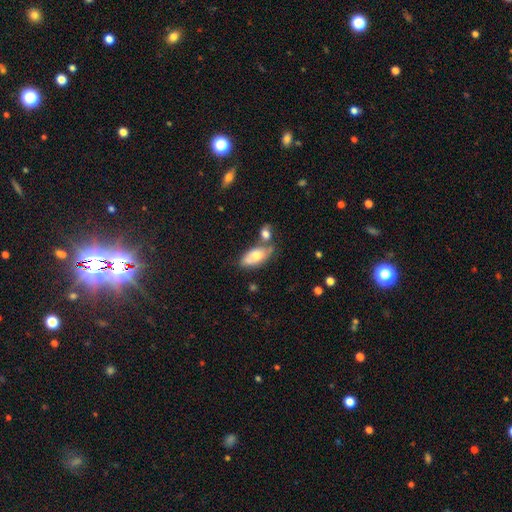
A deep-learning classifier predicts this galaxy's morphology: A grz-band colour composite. It shows a smooth galaxy with no disk features (63%) that is in between round and cigar-shaped (89%). Merging: none (45%).